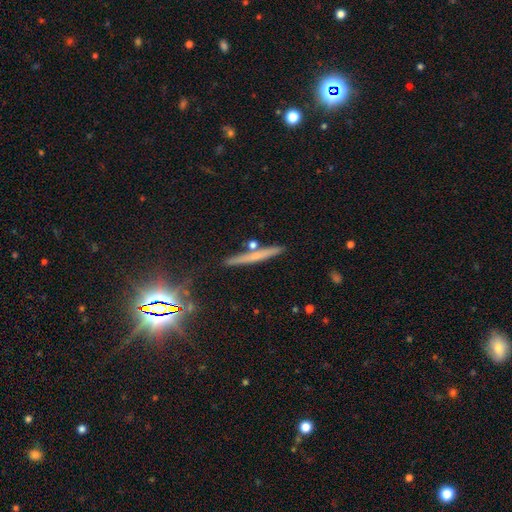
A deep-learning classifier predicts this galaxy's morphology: A smooth galaxy with no disk features (45%). Merging: none (82%).